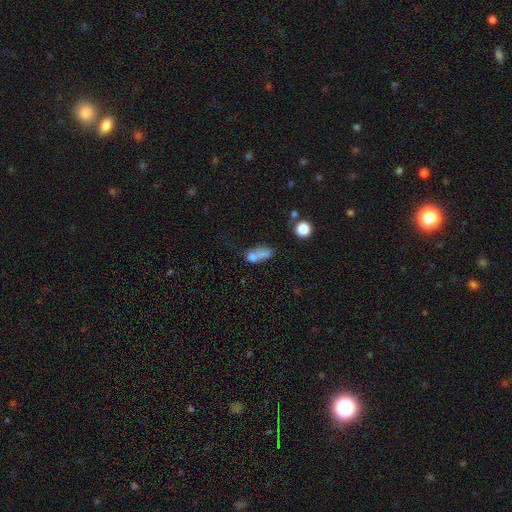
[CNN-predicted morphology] smooth 67%, featured or disk 19%, star or artifact 14%. Down the decision tree: how rounded — in between (62%); merging — merger (45%).